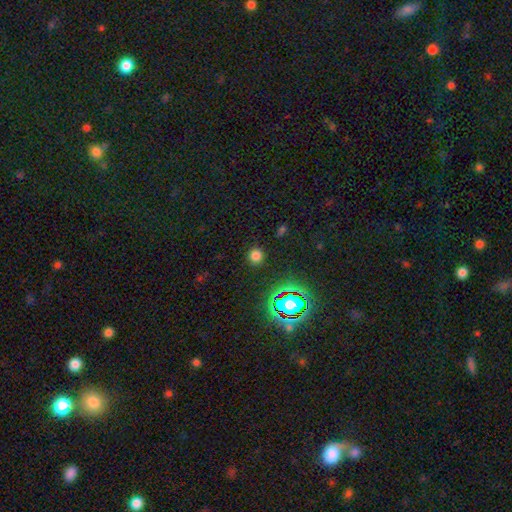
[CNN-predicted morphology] smooth-or-featured: smooth: 74% | star or artifact: 21% | featured or disk: 5%
  how-rounded: round: 92% | in between: 7% | cigar-shaped: 1%
  merging: none: 90% | minor disturbance: 6% | major disturbance: 3% | merger: 2%